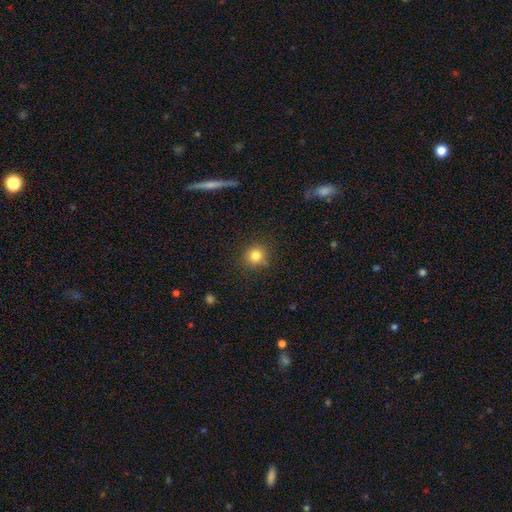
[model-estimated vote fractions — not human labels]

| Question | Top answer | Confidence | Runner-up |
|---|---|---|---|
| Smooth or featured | smooth | 80% | star or artifact (13%) |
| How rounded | round | 89% | in between (10%) |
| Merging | none | 84% | minor disturbance (11%) |